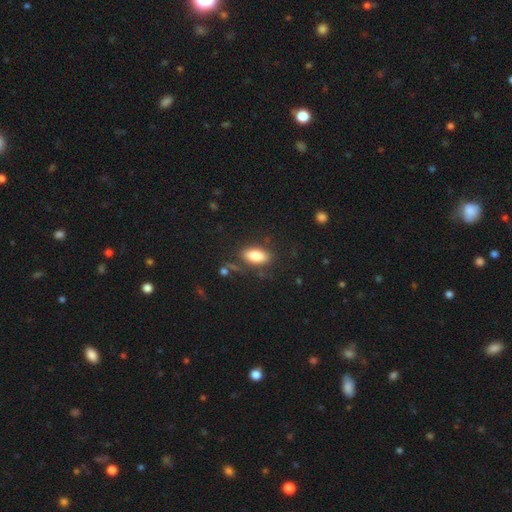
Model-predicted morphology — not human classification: Smooth or featured? Predicted: smooth (p=0.83). How rounded? Predicted: in between (p=0.90). Merging? Predicted: none (p=0.77).